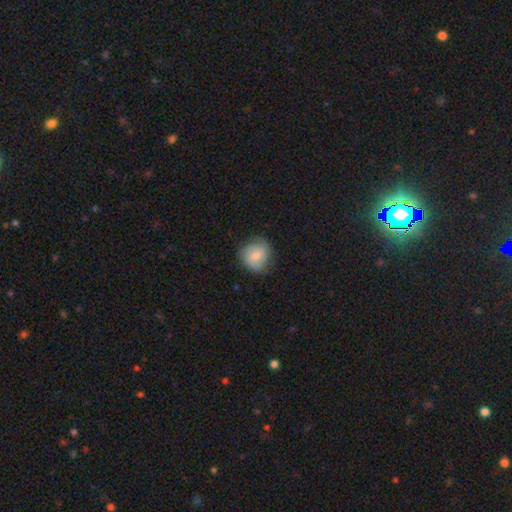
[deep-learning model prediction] A smooth galaxy with no disk features (59%) that is round (78%).

Vote fractions:
- Smooth or featured? smooth: 59% / featured or disk: 34% / star or artifact: 7%
- How rounded? round: 78% / in between: 21% / cigar-shaped: 1%
- Merging? none: 66% / minor disturbance: 26% / major disturbance: 7% / merger: 1%